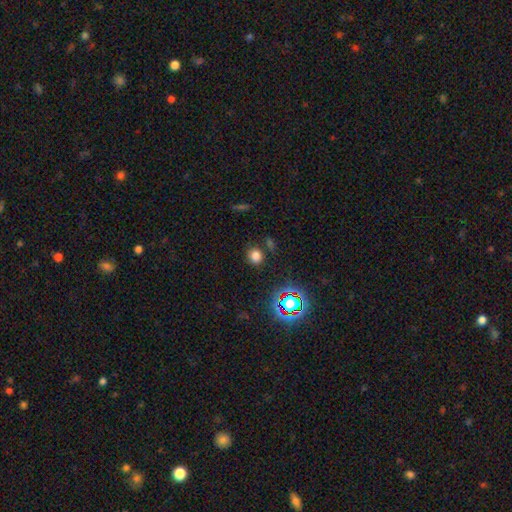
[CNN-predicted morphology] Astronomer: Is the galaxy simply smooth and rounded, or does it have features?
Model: smooth — 74%.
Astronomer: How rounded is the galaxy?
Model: round — 86%.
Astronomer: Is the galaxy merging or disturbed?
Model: none — 83%.